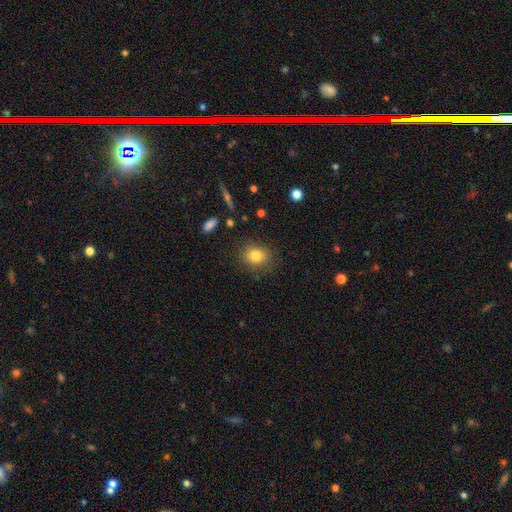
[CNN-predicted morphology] smooth_or_featured: smooth (p=0.81) [alt: star or artifact p=0.11]
how_rounded: round (p=0.62) [alt: in between p=0.37]
merging: none (p=0.84) [alt: minor disturbance p=0.11]